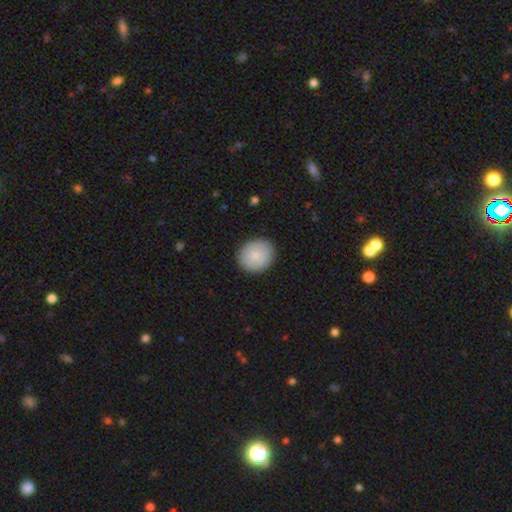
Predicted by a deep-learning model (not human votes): Smooth or featured? smooth (84%)
How rounded? round (72%)
Merging? none (88%)